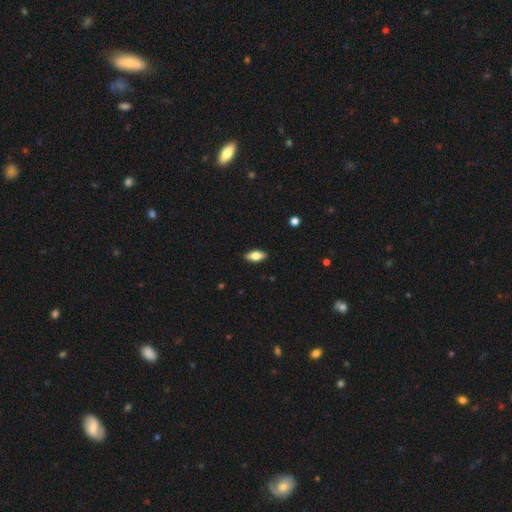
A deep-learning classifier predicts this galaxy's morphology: Smooth or featured? Predicted: smooth (p=0.71). How rounded? Predicted: in between (p=0.83). Merging? Predicted: none (p=0.89).